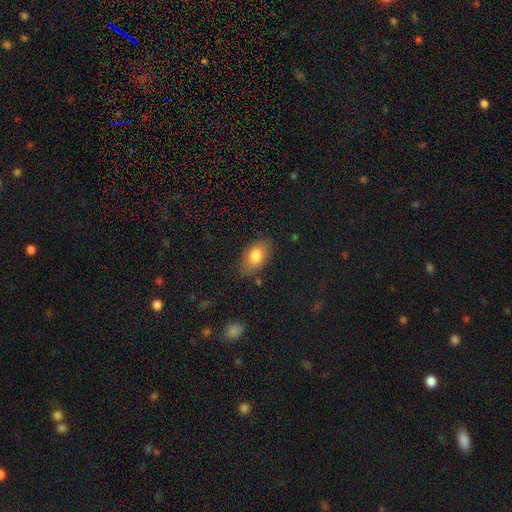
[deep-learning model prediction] This is clearly a smooth galaxy (80%). How rounded: clearly in between (90%). Merging: likely none (79%).